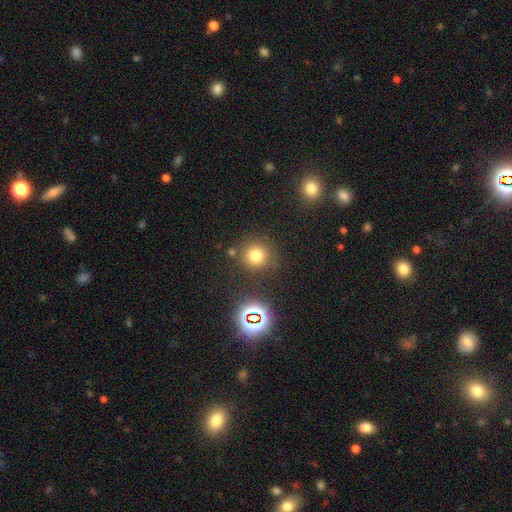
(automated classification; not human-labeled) This is likely a smooth galaxy (73%). How rounded: clearly round (92%). Merging: clearly none (81%).